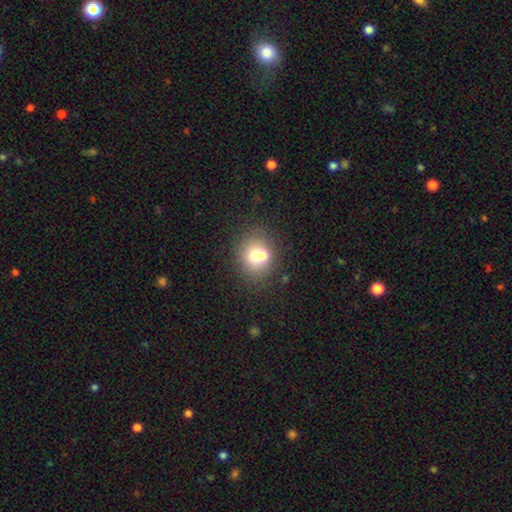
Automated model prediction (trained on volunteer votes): A smooth galaxy with no disk features (66%) that is round (73%). Merging: none (48%).